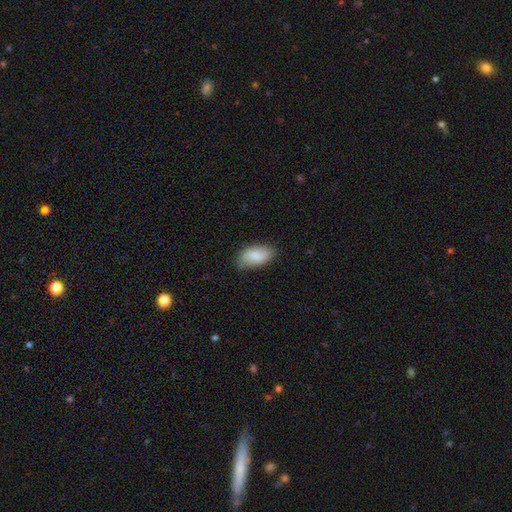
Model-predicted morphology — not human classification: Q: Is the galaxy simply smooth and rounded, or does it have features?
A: smooth — 85%.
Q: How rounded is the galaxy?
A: in between — 94%.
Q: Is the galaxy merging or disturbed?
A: none — 79%.